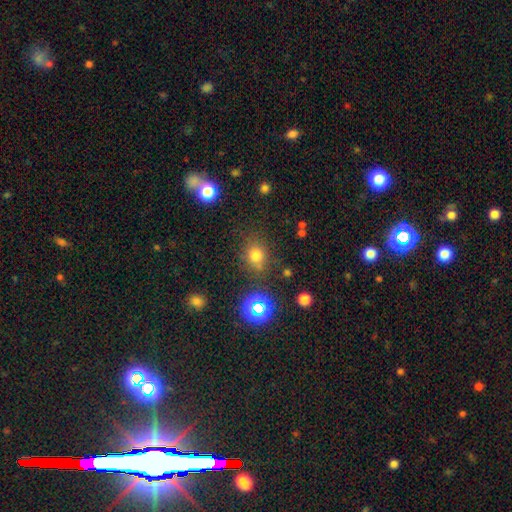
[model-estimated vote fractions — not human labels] Morphology: type=smooth (69%); roundness=round (67%); merging=none (76%).